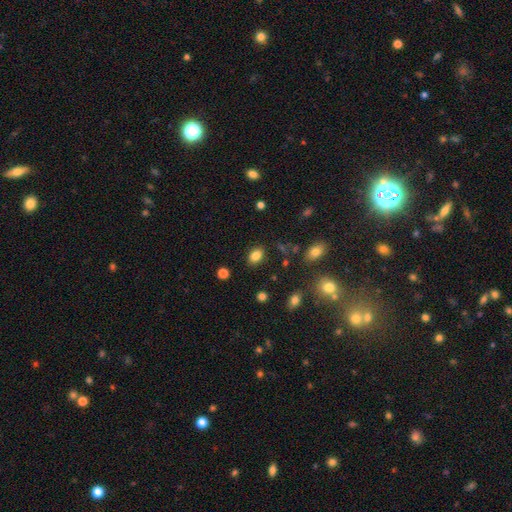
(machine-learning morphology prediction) A smooth galaxy with no disk features (84%) that is in between round and cigar-shaped (79%). Merging: none (85%).